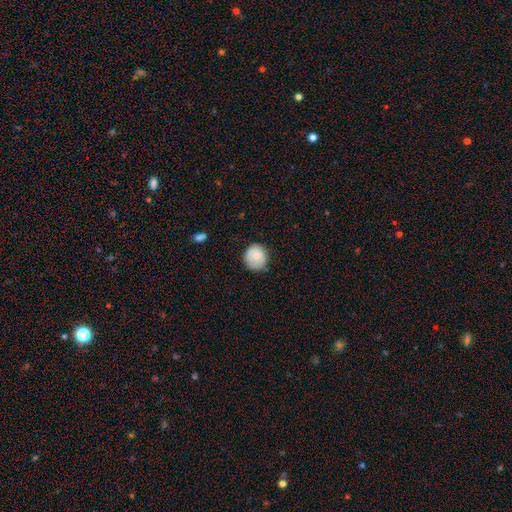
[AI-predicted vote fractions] The model was most divided on "merging": none: 75%, minor disturbance: 20%, major disturbance: 3%, merger: 1%. More confident: how rounded — round (87%); smooth or featured — smooth (83%).